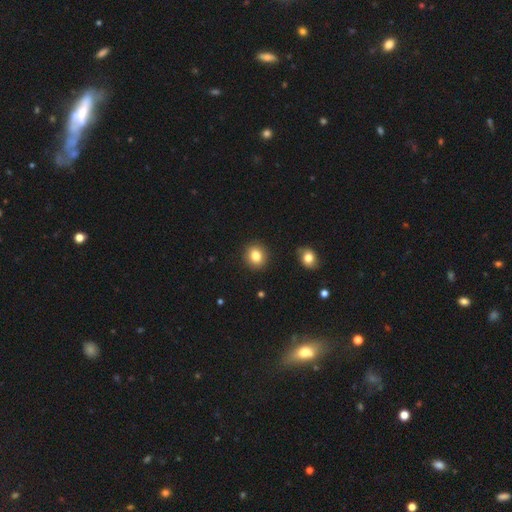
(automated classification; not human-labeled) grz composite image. It shows a smooth galaxy with no disk features (83%) that is round (75%). Merging: none (90%).